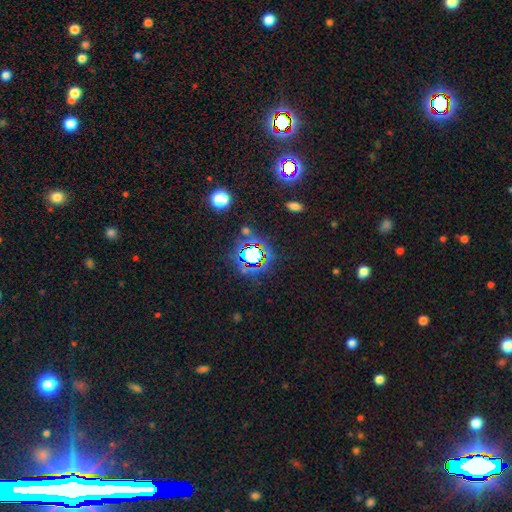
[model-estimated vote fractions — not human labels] This appears to be a star or artifact, not a galaxy (72%).